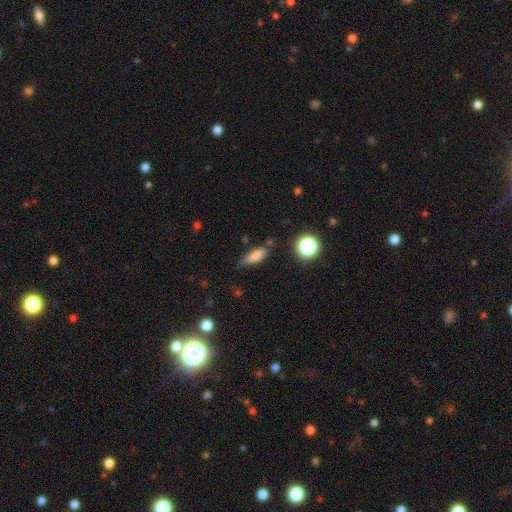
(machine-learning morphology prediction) Smooth or featured?
  - smooth: 78% *
  - featured or disk: 11%
  - star or artifact: 11%
How rounded?
  - in between: 64% *
  - cigar-shaped: 31%
  - round: 5%
Merging?
  - none: 59% *
  - minor disturbance: 30%
  - major disturbance: 7%
  - merger: 4%